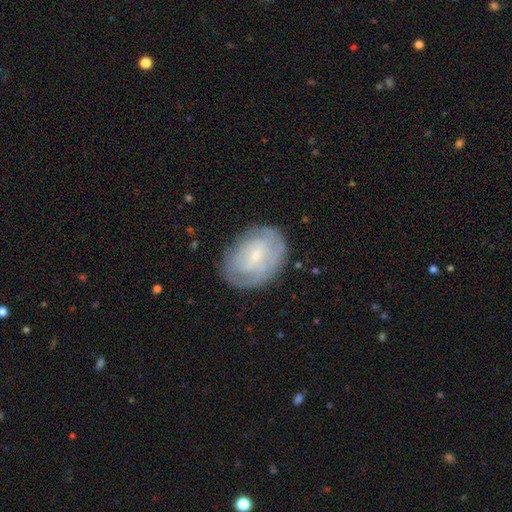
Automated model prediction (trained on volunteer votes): smooth_or_featured: featured or disk (p=0.56) [alt: smooth p=0.36]
disk_edge_on: no (p=0.95) [alt: yes p=0.05]
bar: no (p=0.54) [alt: weak p=0.37]
has_spiral_arms: yes (p=0.65) [alt: no p=0.35]
bulge_size: small (p=0.74) [alt: moderate p=0.20]
merging: none (p=0.74) [alt: minor disturbance p=0.18]